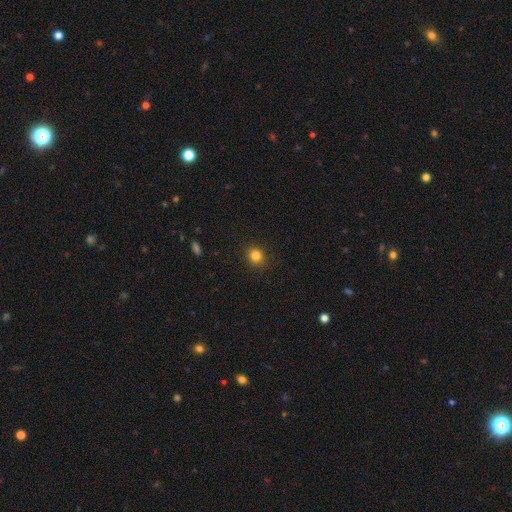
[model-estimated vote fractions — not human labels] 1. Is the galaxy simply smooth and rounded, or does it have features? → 83% smooth, 13% star or artifact, 5% featured or disk.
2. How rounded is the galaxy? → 84% round, 15% in between, 1% cigar-shaped.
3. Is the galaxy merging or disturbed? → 90% none, 7% minor disturbance, 2% major disturbance, 1% merger.